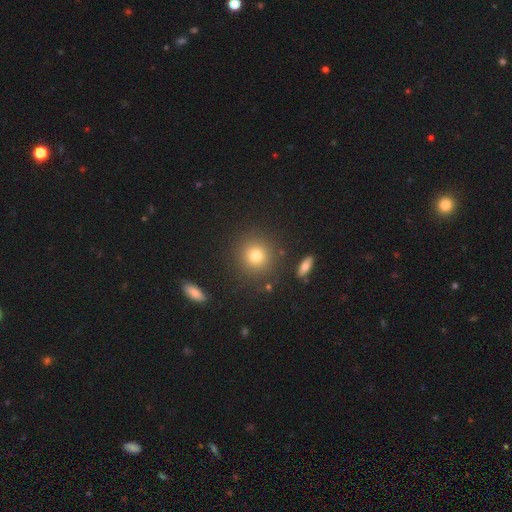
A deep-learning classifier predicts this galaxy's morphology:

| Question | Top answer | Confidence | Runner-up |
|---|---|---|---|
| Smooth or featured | smooth | 77% | star or artifact (14%) |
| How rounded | round | 91% | in between (8%) |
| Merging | none | 87% | minor disturbance (7%) |